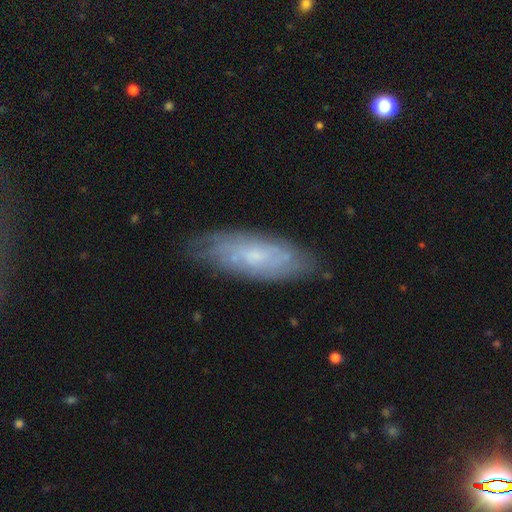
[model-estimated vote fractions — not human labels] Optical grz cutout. It shows a featured or disk galaxy (54%). Merging: none (77%).